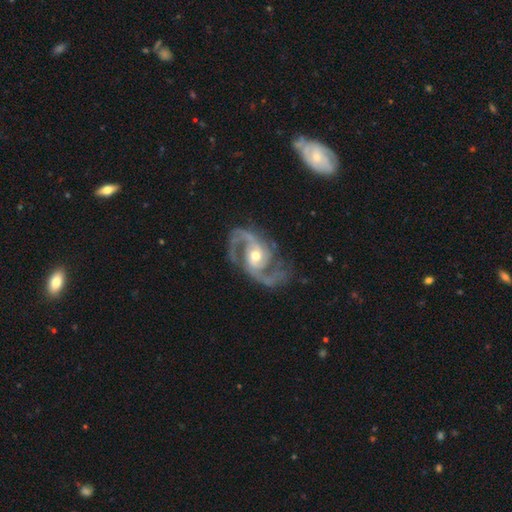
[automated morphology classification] smooth-or-featured: featured or disk: 92% | star or artifact: 5% | smooth: 3%
  disk-edge-on: no: 97% | yes: 3%
    bar: no: 40% | weak: 36% | strong: 24%
    has-spiral-arms: yes: 98% | no: 2%
      spiral-winding: medium: 58% | loose: 25% | tight: 17%
      spiral-arm-count: 2: 92% | 3: 2% | can't tell: 2% | 1: 1% | 4: 1% | more than 4: 1%
    bulge-size: moderate: 63% | small: 31% | large: 4% | none: 1% | dominant: 1%
  merging: none: 75% | minor disturbance: 15% | major disturbance: 7% | merger: 2%